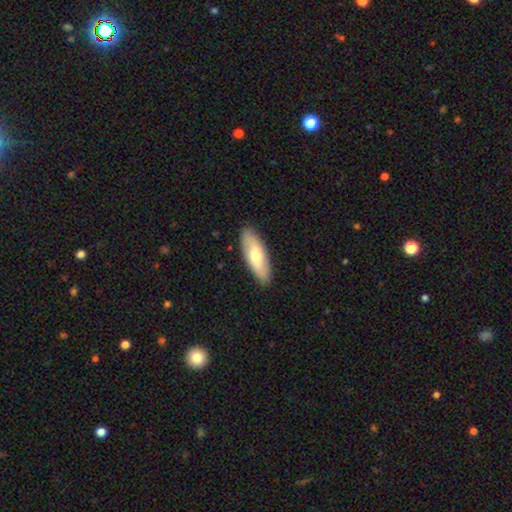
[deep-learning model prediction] Smooth or featured: smooth — 61% (featured or disk — 34%)
How rounded: in between — 65% (cigar-shaped — 33%)
Merging: none — 88% (minor disturbance — 9%)